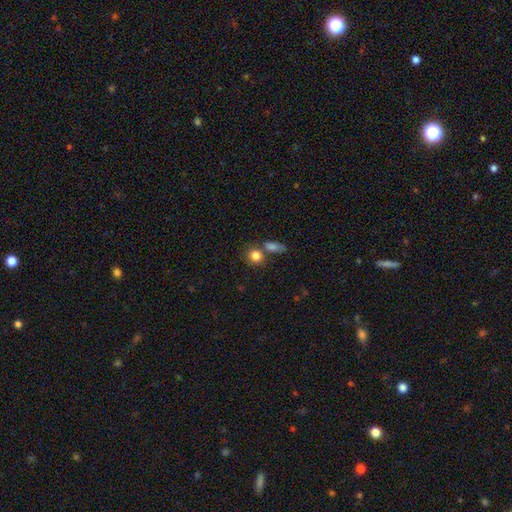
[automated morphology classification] Smooth or featured?
  - smooth: 83% *
  - star or artifact: 10%
  - featured or disk: 8%
How rounded?
  - round: 71% *
  - in between: 28%
  - cigar-shaped: 2%
Merging?
  - none: 56% *
  - merger: 28%
  - minor disturbance: 11%
  - major disturbance: 4%